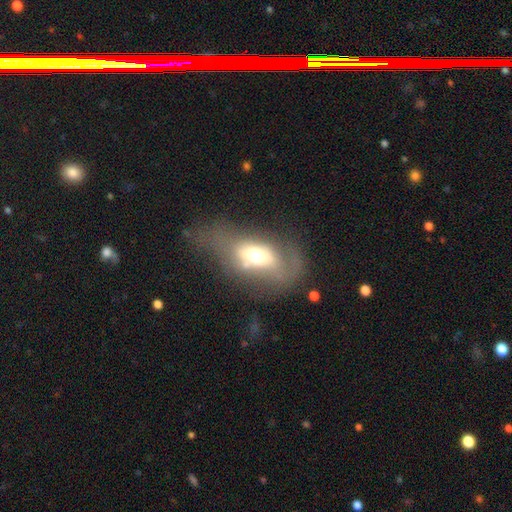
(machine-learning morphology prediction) A smooth galaxy with no disk features (47%).

Vote fractions:
- Smooth or featured? smooth: 47% / featured or disk: 44% / star or artifact: 9%
- Merging? major disturbance: 41% / none: 28% / minor disturbance: 22% / merger: 9%